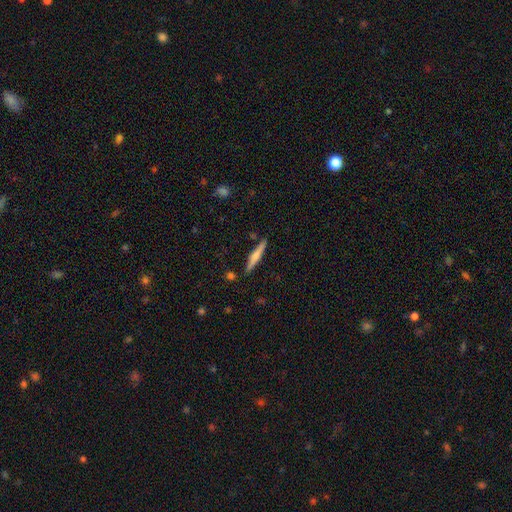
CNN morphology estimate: Smooth or featured? Predicted: featured or disk (p=0.48). Merging? Predicted: none (p=0.87).